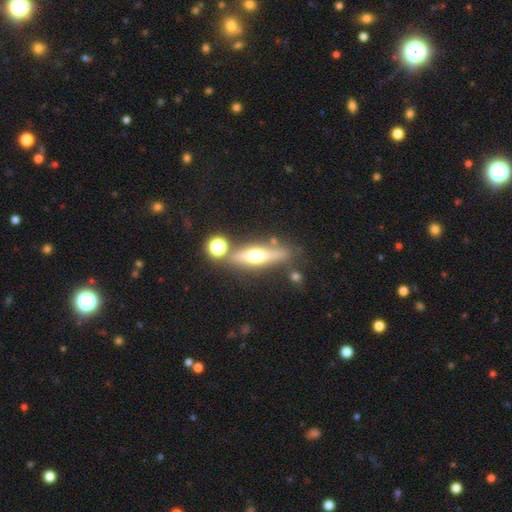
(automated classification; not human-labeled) Morphology: type=featured or disk (55%); edge-on=yes (89%); merging=none (74%).